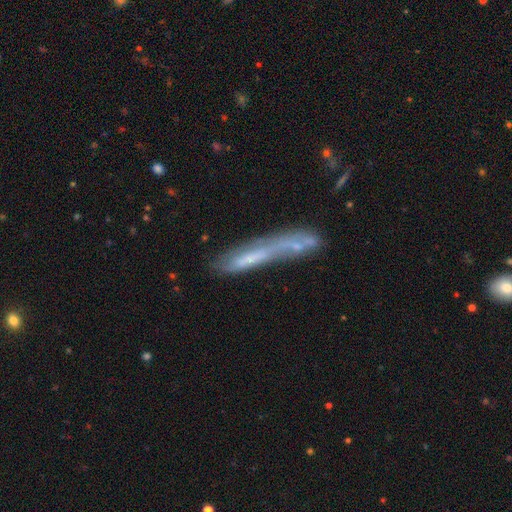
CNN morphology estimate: Smooth or featured? featured or disk (46%)
Merging? none (41%)